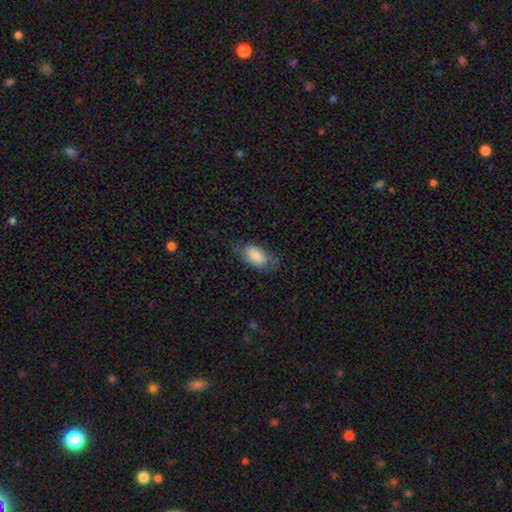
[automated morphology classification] smooth_or_featured: smooth (p=0.85) [alt: featured or disk p=0.09]
how_rounded: in between (p=0.92) [alt: cigar-shaped p=0.05]
merging: none (p=0.65) [alt: minor disturbance p=0.24]